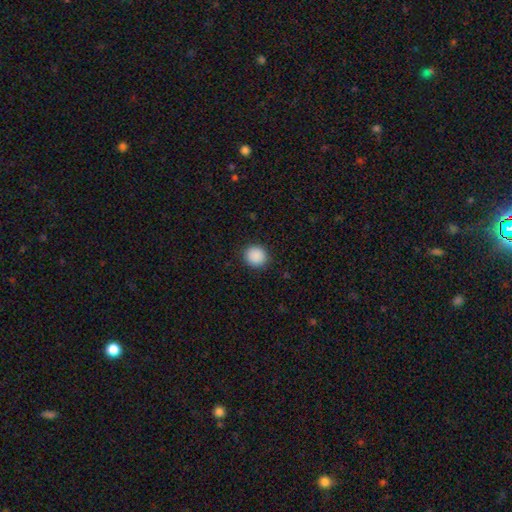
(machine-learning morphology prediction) This is clearly a smooth galaxy (90%). How rounded: clearly round (91%). Merging: clearly none (91%).